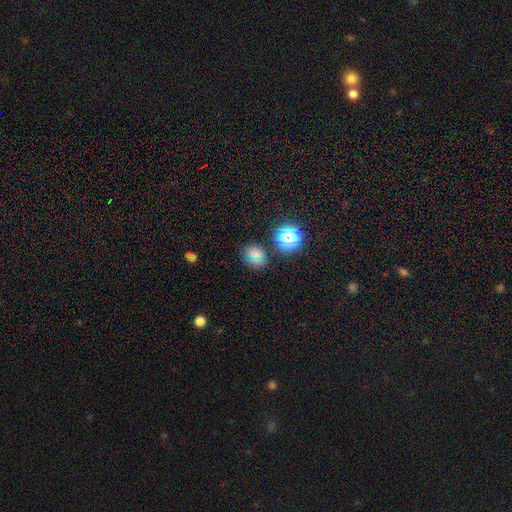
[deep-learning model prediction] Smooth or featured: smooth — 59% (star or artifact — 33%)
How rounded: round — 63% (in between — 35%)
Merging: none — 80% (minor disturbance — 11%)